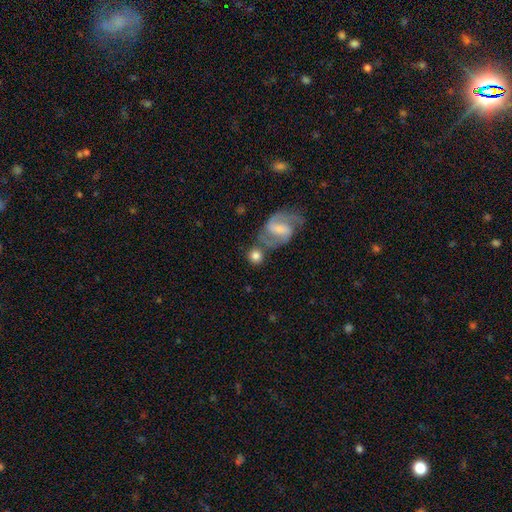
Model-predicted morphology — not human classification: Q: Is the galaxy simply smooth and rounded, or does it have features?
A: smooth — 69%.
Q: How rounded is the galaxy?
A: round — 88%.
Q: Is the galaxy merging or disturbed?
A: none — 64%.